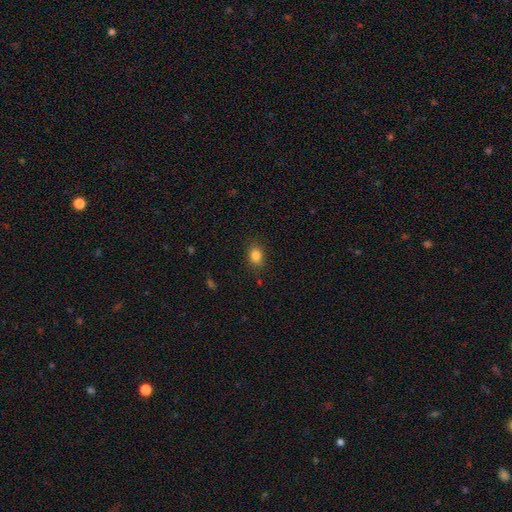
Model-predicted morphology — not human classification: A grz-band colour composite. It shows a smooth galaxy with no disk features (84%) that is in between round and cigar-shaped (60%). Merging: none (83%).